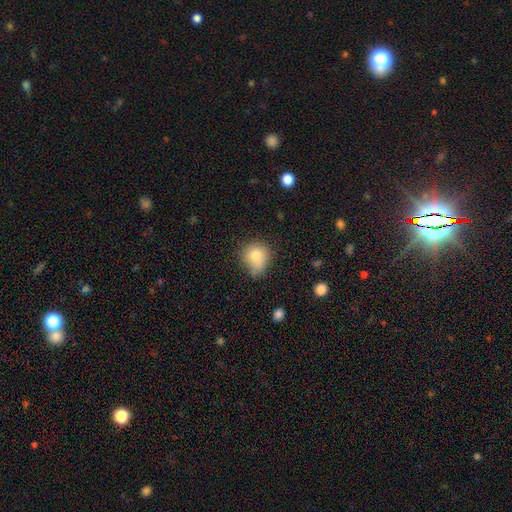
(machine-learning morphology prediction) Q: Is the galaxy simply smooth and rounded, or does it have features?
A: smooth — 78%.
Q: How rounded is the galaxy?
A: round — 76%.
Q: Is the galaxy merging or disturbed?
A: none — 49%.